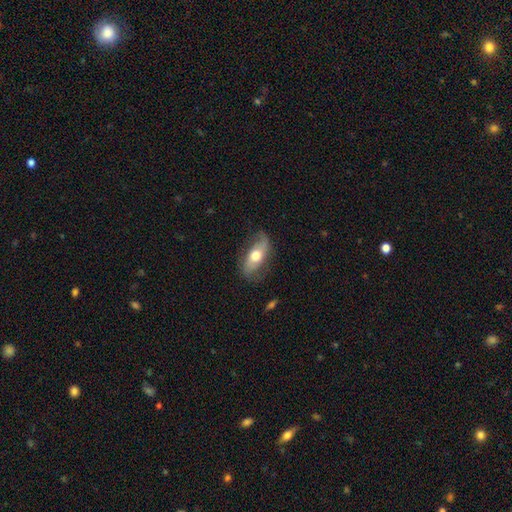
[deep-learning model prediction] This appears to be a featured or disk galaxy (58%). Merging: none (70%).